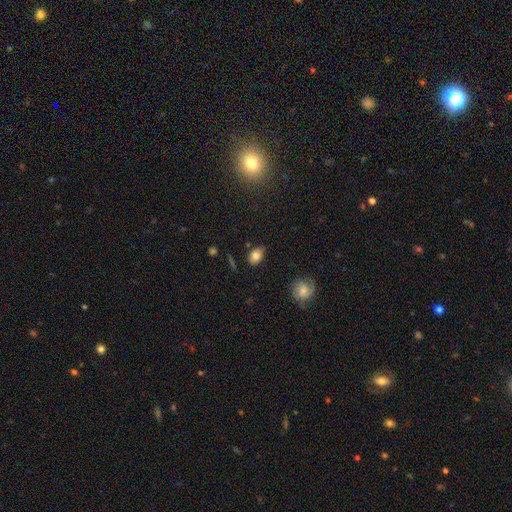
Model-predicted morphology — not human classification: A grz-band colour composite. It shows a smooth galaxy with no disk features (79%) that is in between round and cigar-shaped (78%). Merging: none (70%).